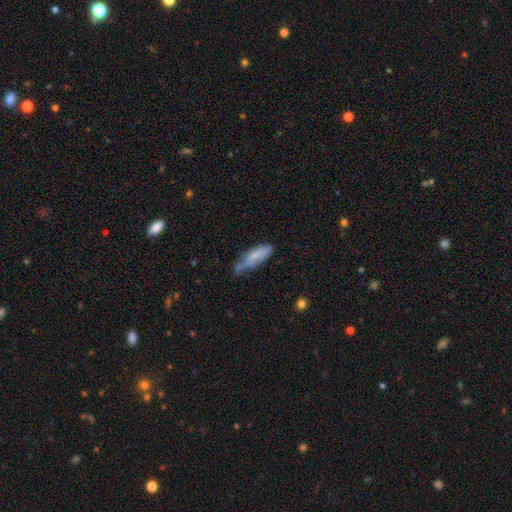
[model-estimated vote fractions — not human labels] smooth-or-featured: smooth: 65% | featured or disk: 27% | star or artifact: 8%
  how-rounded: in between: 50% | cigar-shaped: 48% | round: 2%
  merging: none: 41% | minor disturbance: 38% | major disturbance: 14% | merger: 7%